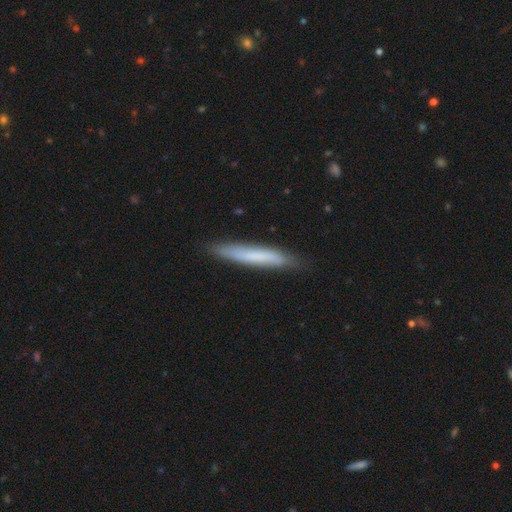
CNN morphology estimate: This appears to be a smooth galaxy with no disk features (64%) that is cigar-shaped (94%). Merging: none (83%).